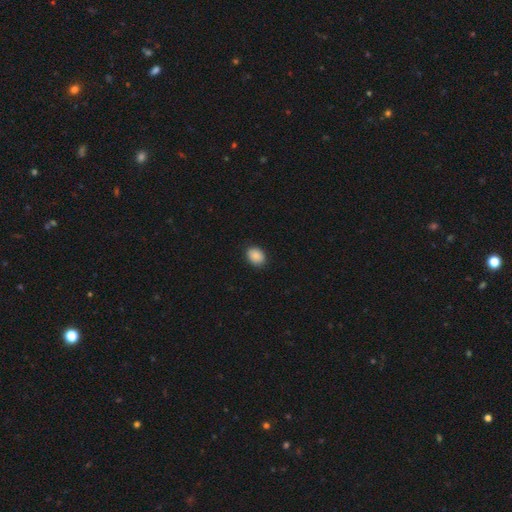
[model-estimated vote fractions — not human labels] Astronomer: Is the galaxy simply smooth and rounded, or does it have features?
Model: smooth — 89%.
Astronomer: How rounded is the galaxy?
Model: in between — 55% (runner-up: round, 44%).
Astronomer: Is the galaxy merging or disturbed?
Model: none — 88%.